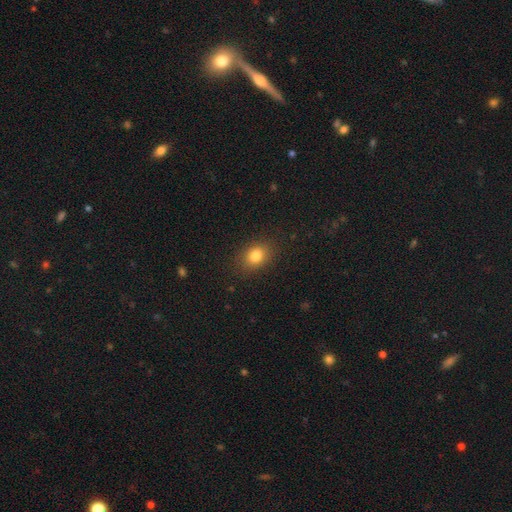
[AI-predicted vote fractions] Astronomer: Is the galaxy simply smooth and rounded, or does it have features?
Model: smooth — 82%.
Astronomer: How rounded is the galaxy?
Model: in between — 64%.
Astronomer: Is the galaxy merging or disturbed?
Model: none — 86%.